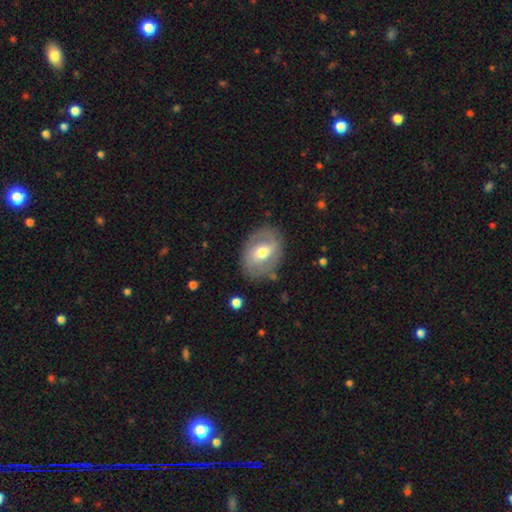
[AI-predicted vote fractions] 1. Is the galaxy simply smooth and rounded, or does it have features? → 56% featured or disk, 36% smooth, 7% star or artifact.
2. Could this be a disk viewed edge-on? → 94% no, 6% yes.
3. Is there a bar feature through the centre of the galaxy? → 45% weak, 34% no, 21% strong.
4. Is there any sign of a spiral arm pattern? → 59% yes, 41% no.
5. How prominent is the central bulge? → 72% moderate, 18% small, 8% large, 1% none, 1% dominant.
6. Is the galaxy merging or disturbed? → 78% none, 15% minor disturbance, 5% major disturbance, 2% merger.